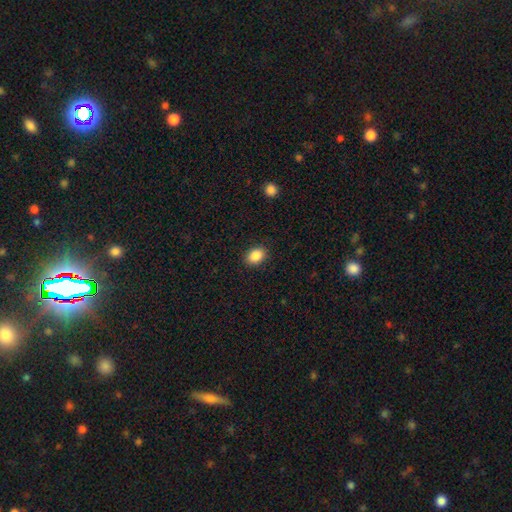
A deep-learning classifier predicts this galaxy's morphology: Smooth or featured? smooth (87%)
How rounded? in between (75%)
Merging? none (89%)